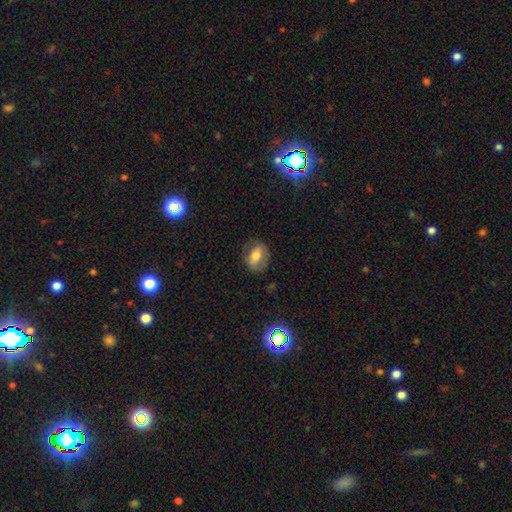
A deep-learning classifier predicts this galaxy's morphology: A smooth galaxy with no disk features (64%) that is in between round and cigar-shaped (70%). Merging: none (76%).